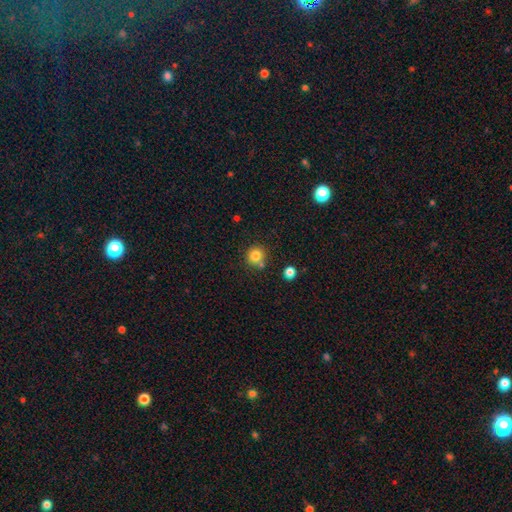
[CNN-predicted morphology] This appears to be a smooth galaxy with no disk features (82%) that is round (90%). Merging: none (70%).